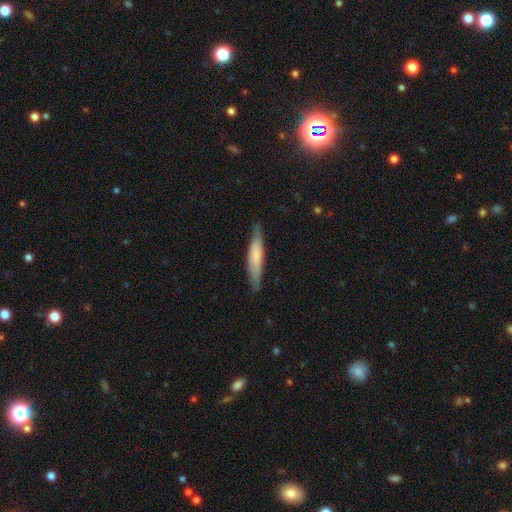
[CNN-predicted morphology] A smooth galaxy with no disk features (66%) that is cigar-shaped (87%). Merging: none (81%).